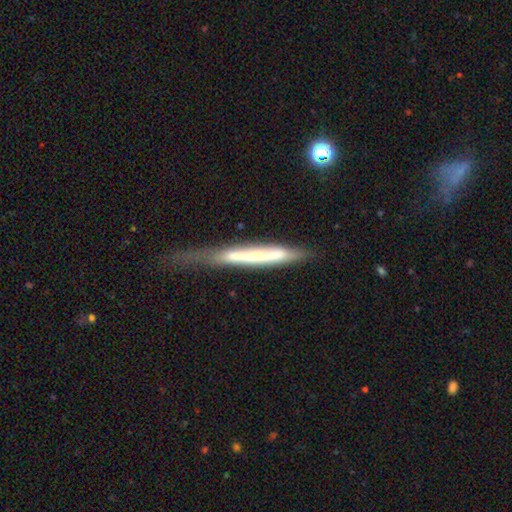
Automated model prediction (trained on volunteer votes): Smooth or featured? Predicted: featured or disk (p=0.47). Merging? Predicted: none (p=0.51).